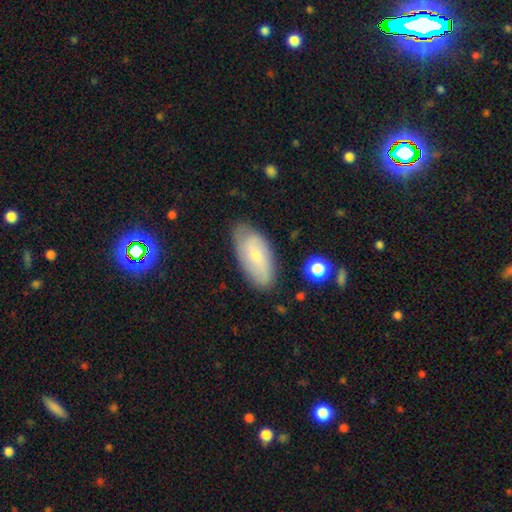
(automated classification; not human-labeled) Smooth or featured? smooth (53%)
How rounded? in between (91%)
Merging? none (76%)